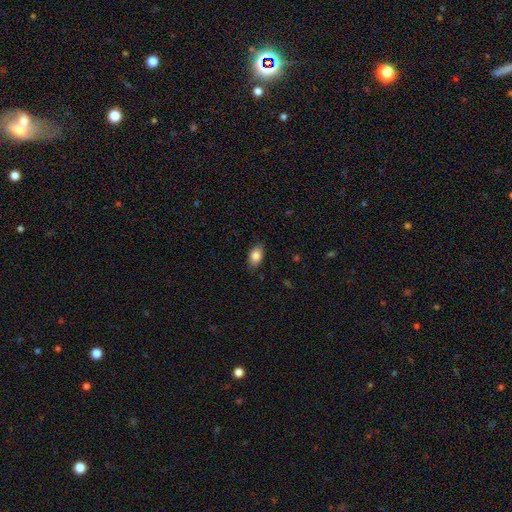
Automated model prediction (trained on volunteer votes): Smooth or featured? Predicted: smooth (p=0.86). How rounded? Predicted: in between (p=0.90). Merging? Predicted: none (p=0.84).